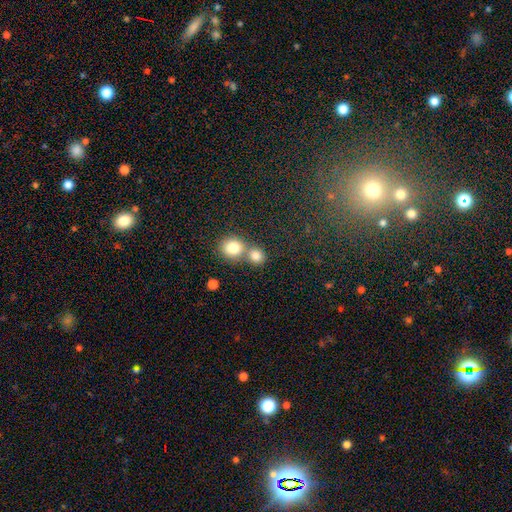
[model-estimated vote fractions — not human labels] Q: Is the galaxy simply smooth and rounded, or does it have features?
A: smooth — 81%.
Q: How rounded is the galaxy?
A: round — 83%.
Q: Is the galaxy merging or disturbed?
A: merger — 47%.